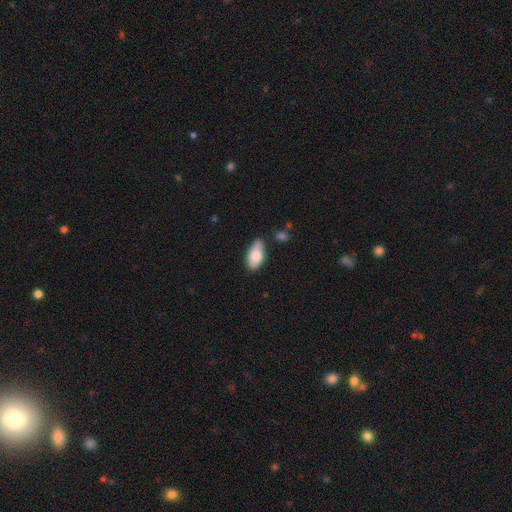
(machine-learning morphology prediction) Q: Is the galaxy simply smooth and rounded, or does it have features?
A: smooth — 79%.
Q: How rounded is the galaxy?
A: in between — 90%.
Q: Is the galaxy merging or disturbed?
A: none — 68%.